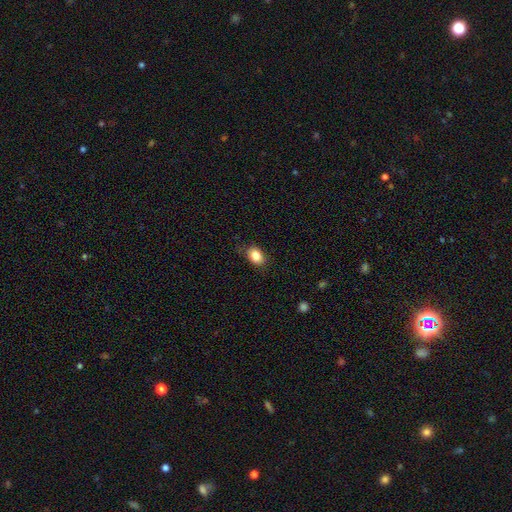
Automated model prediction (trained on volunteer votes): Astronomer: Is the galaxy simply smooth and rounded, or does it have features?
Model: smooth — 84%.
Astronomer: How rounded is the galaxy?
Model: in between — 80%.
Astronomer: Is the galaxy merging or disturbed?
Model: none — 80%.